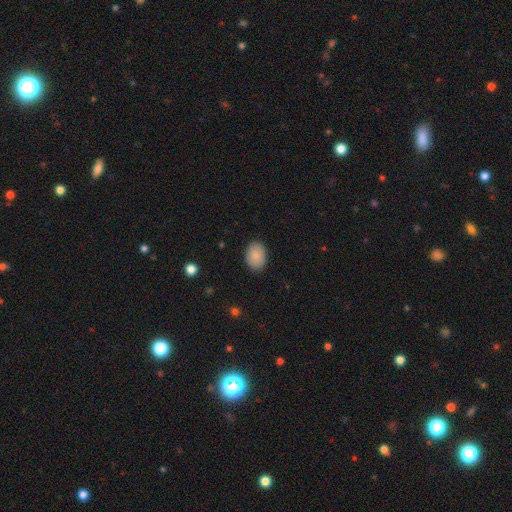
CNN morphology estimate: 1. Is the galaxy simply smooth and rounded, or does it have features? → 87% smooth, 7% star or artifact, 6% featured or disk.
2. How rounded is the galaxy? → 79% in between, 20% round, 1% cigar-shaped.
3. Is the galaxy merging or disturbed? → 87% none, 10% minor disturbance, 2% major disturbance, 1% merger.